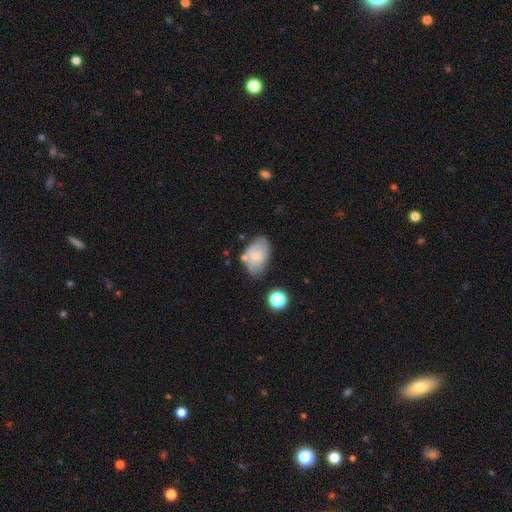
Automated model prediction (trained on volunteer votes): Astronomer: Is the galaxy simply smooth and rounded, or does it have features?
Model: smooth — 58%.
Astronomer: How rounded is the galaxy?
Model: in between — 87%.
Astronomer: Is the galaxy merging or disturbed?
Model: none — 56%.